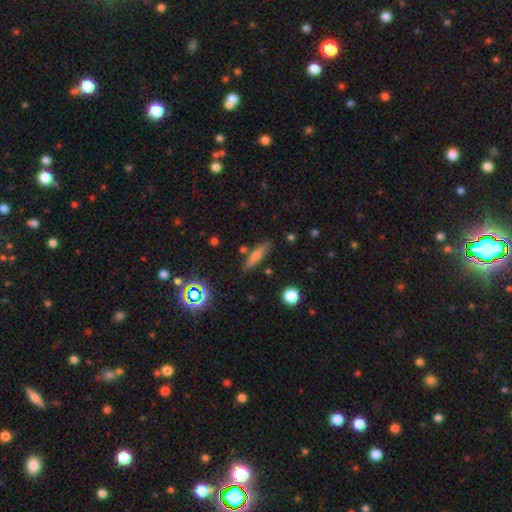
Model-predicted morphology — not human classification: Smooth or featured: smooth — 67% (featured or disk — 21%)
How rounded: cigar-shaped — 75% (in between — 22%)
Merging: none — 82% (minor disturbance — 11%)